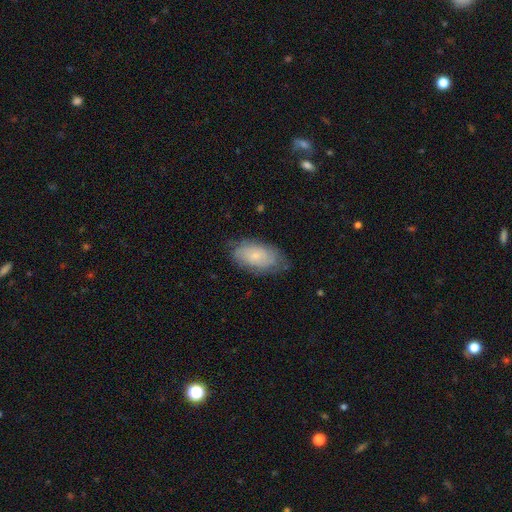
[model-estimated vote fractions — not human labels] A smooth galaxy with no disk features (55%) that is in between round and cigar-shaped (93%). Merging: none (71%).